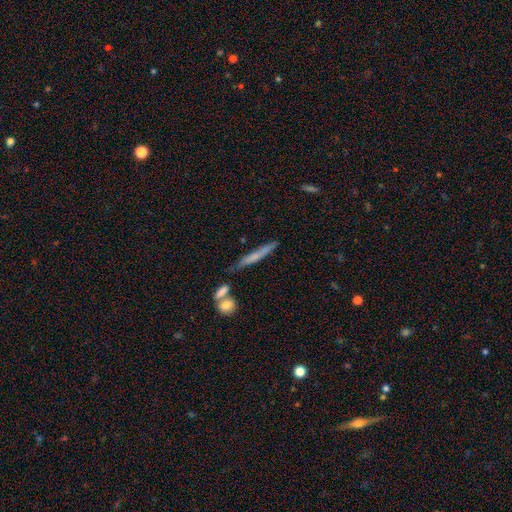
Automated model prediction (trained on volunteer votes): smooth-or-featured: smooth: 55% | featured or disk: 37% | star or artifact: 7%
  how-rounded: cigar-shaped: 93% | in between: 5% | round: 2%
  merging: none: 69% | minor disturbance: 16% | merger: 11% | major disturbance: 5%